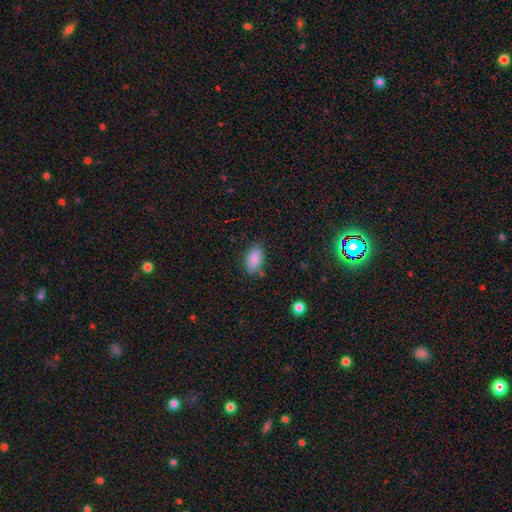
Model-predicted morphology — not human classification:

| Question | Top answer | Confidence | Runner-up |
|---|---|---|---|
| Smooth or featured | smooth | 81% | star or artifact (11%) |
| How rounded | in between | 92% | round (5%) |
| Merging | none | 81% | minor disturbance (14%) |